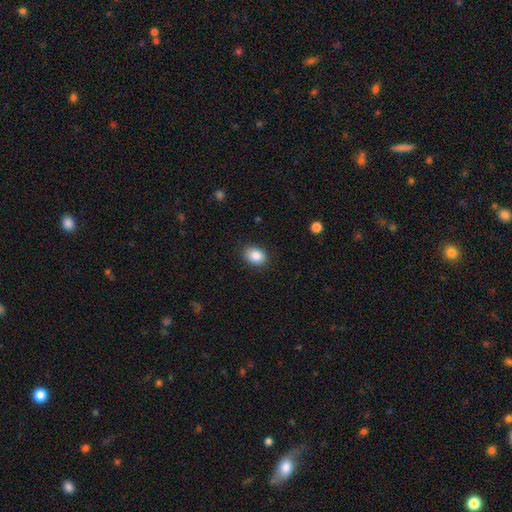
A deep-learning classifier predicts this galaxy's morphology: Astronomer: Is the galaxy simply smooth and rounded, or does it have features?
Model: smooth — 87%.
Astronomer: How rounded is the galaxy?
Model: in between — 69%.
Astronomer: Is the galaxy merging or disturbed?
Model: none — 86%.